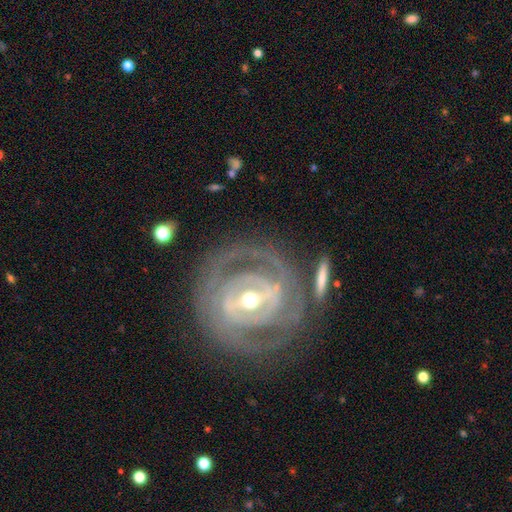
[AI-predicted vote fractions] smooth_or_featured: featured or disk (p=0.87) [alt: smooth p=0.08]
disk_edge_on: no (p=0.95) [alt: yes p=0.05]
bar: strong (p=0.46) [alt: weak p=0.35]
has_spiral_arms: yes (p=0.85) [alt: no p=0.15]
spiral_winding: tight (p=0.73) [alt: medium p=0.21]
spiral_arm_count: 2 (p=0.36) [alt: can't tell p=0.31]
bulge_size: moderate (p=0.55) [alt: small p=0.39]
merging: none (p=0.72) [alt: minor disturbance p=0.13]